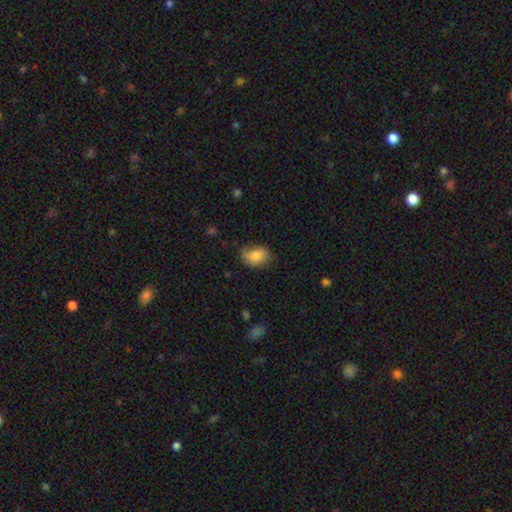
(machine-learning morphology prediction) A smooth galaxy with no disk features (77%) that is in between round and cigar-shaped (73%).

Vote fractions:
- Smooth or featured? smooth: 77% / featured or disk: 15% / star or artifact: 8%
- How rounded? in between: 73% / round: 26% / cigar-shaped: 1%
- Merging? none: 65% / minor disturbance: 26% / major disturbance: 8% / merger: 1%